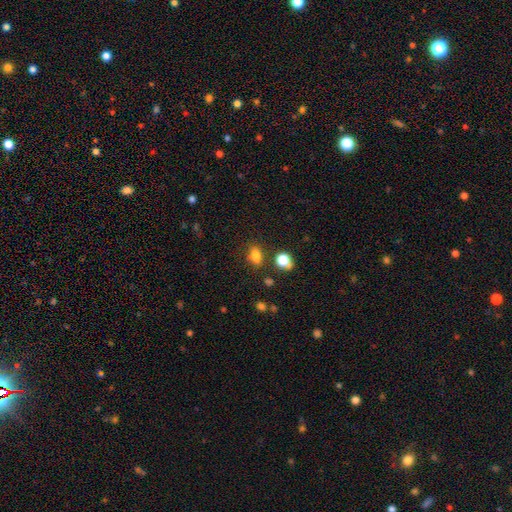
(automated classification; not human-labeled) Smooth or featured: smooth — 81% (star or artifact — 13%)
How rounded: in between — 75% (round — 21%)
Merging: none — 76% (minor disturbance — 13%)